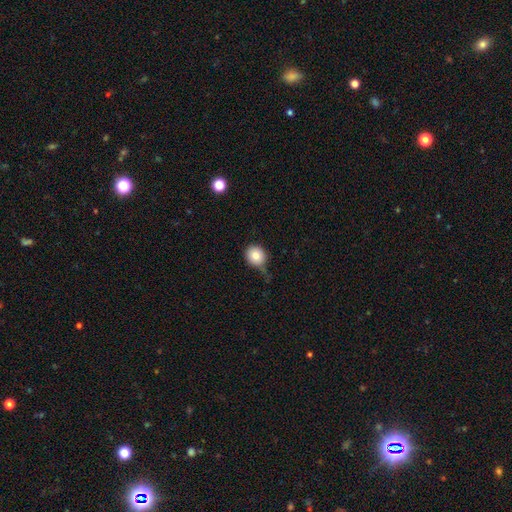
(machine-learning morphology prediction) A smooth galaxy with no disk features (79%) that is round (86%).

Vote fractions:
- Smooth or featured? smooth: 79% / featured or disk: 11% / star or artifact: 10%
- How rounded? round: 86% / in between: 13% / cigar-shaped: 1%
- Merging? none: 51% / minor disturbance: 31% / major disturbance: 13% / merger: 5%